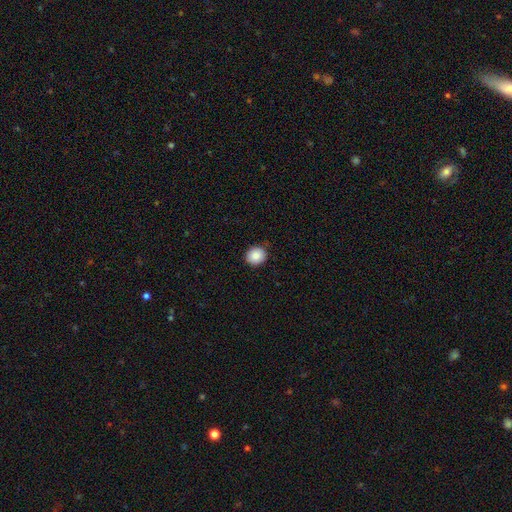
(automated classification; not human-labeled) A smooth galaxy with no disk features (86%) that is round (85%). Merging: none (89%).